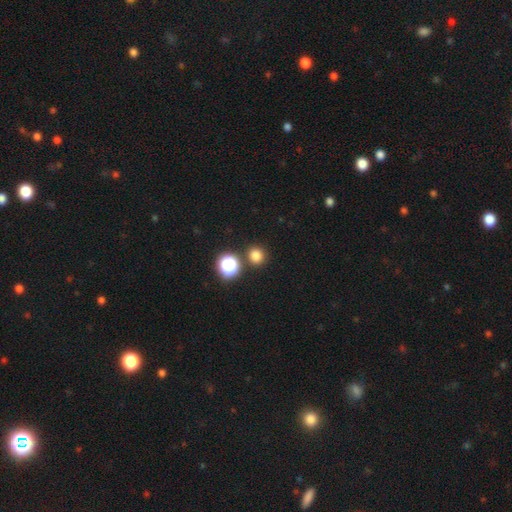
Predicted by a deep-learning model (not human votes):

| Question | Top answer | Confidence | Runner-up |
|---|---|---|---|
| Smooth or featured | smooth | 78% | star or artifact (18%) |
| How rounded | round | 90% | in between (9%) |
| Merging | none | 84% | merger (7%) |